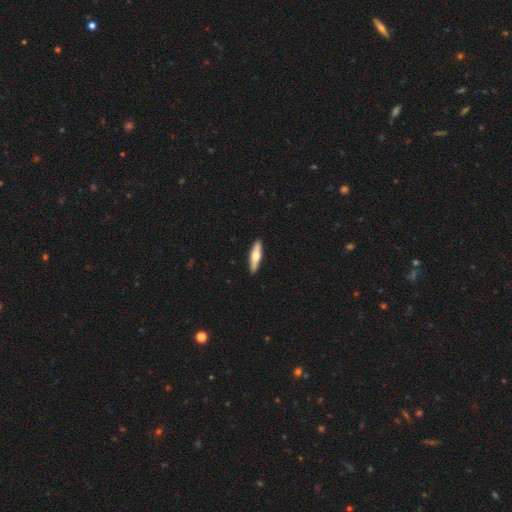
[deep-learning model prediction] Overall: smooth (55%; featured or disk 41%). How rounded: cigar-shaped (75%). Merging: none (91%).